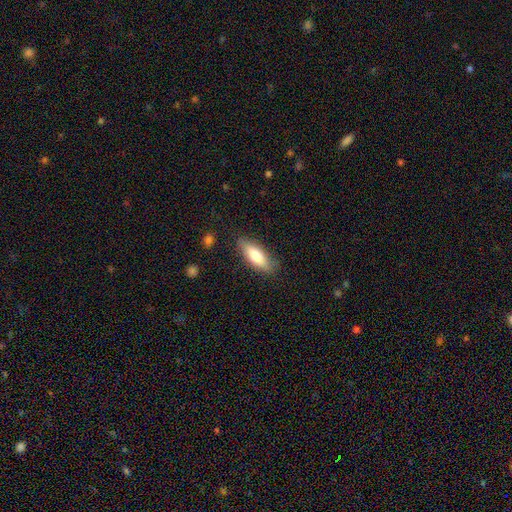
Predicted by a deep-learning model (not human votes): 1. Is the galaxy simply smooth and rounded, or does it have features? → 76% smooth, 18% featured or disk, 6% star or artifact.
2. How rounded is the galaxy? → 63% in between, 35% cigar-shaped, 2% round.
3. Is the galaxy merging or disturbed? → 82% none, 13% minor disturbance, 3% major disturbance, 1% merger.